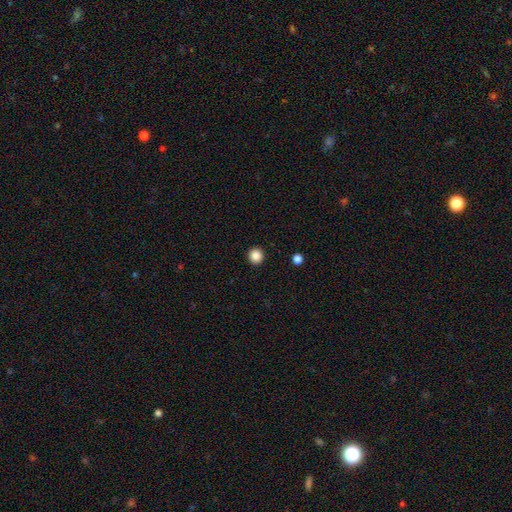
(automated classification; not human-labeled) Smooth or featured? Predicted: smooth (p=0.86). How rounded? Predicted: round (p=0.95). Merging? Predicted: none (p=0.93).